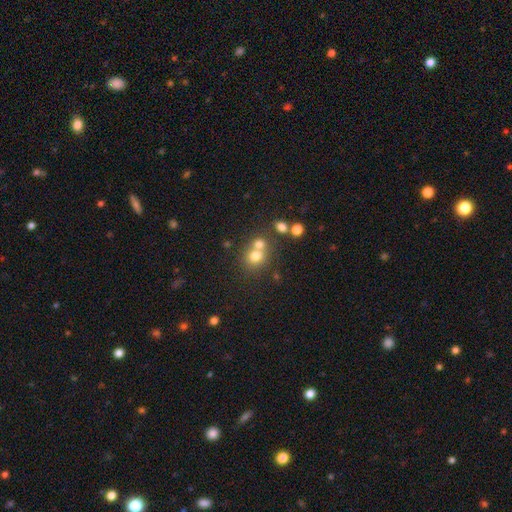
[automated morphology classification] Smooth or featured? Predicted: smooth (p=0.72). How rounded? Predicted: round (p=0.81). Merging? Predicted: merger (p=0.46).